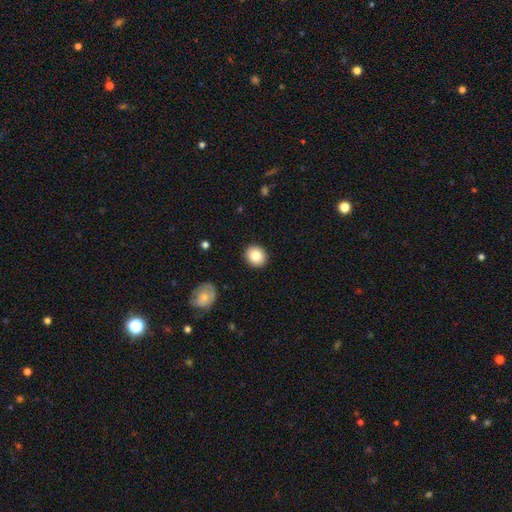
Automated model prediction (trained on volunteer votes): smooth_or_featured: smooth (p=0.83) [alt: featured or disk p=0.09]
how_rounded: round (p=0.64) [alt: in between p=0.35]
merging: none (p=0.91) [alt: minor disturbance p=0.06]